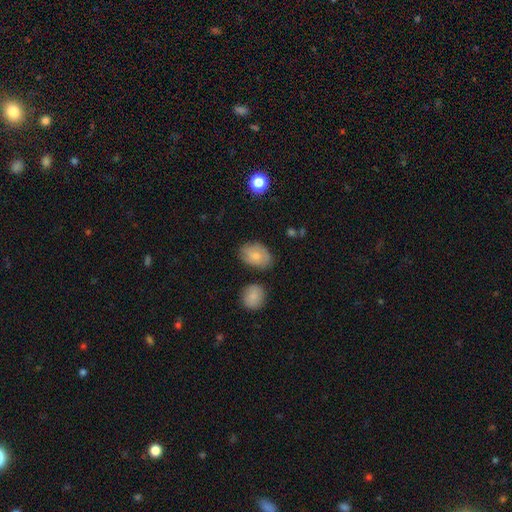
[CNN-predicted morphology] This appears to be a smooth galaxy with no disk features (71%) that is in between round and cigar-shaped (80%). Merging: none (72%).